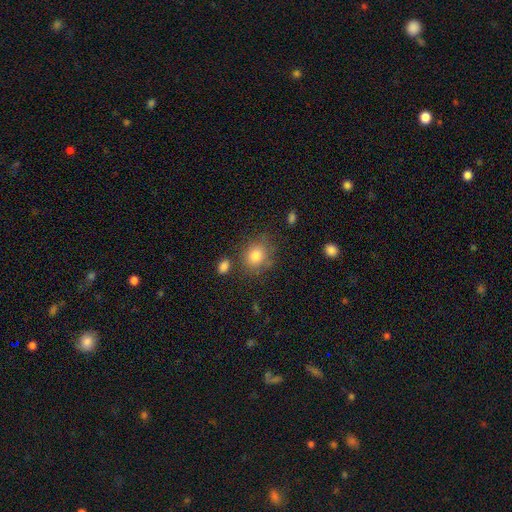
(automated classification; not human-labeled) smooth_or_featured: smooth (p=0.81) [alt: star or artifact p=0.10]
how_rounded: round (p=0.68) [alt: in between p=0.31]
merging: none (p=0.72) [alt: minor disturbance p=0.16]